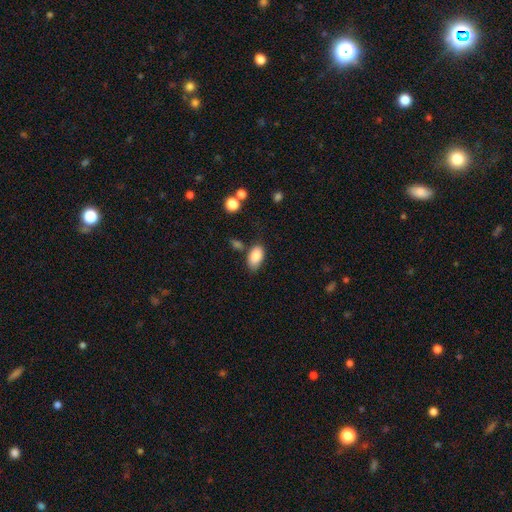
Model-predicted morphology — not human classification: smooth-or-featured: smooth: 86% | star or artifact: 8% | featured or disk: 7%
  how-rounded: in between: 93% | round: 5% | cigar-shaped: 2%
  merging: none: 67% | minor disturbance: 22% | merger: 7% | major disturbance: 5%